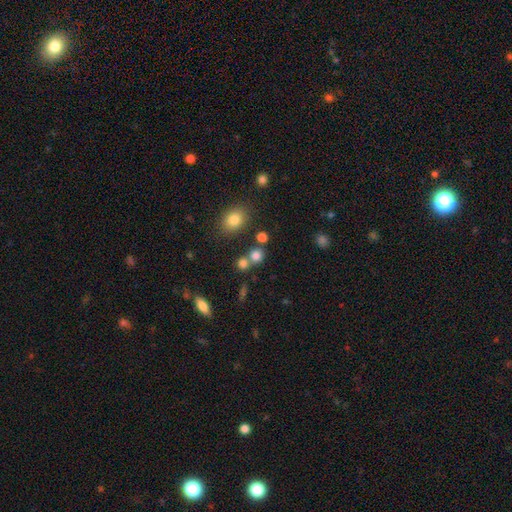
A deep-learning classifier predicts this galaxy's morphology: Smooth or featured?
  - smooth: 78% *
  - star or artifact: 15%
  - featured or disk: 8%
How rounded?
  - round: 83% *
  - in between: 16%
  - cigar-shaped: 1%
Merging?
  - none: 57% *
  - merger: 32%
  - minor disturbance: 8%
  - major disturbance: 4%